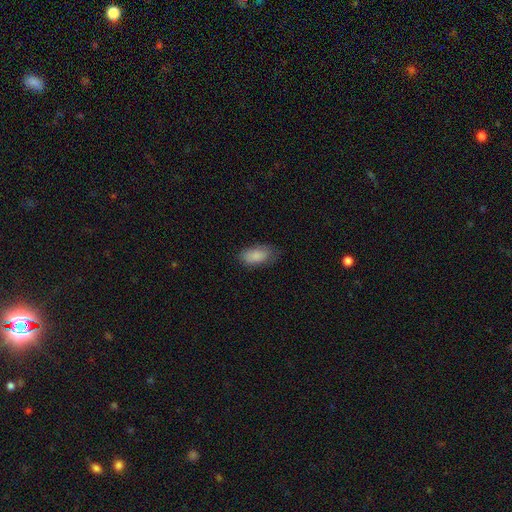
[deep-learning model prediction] Overall: smooth (86%). How rounded: in between (92%). Merging: none (69%).